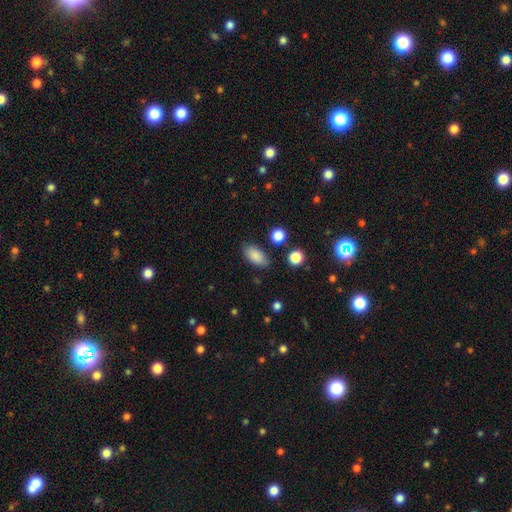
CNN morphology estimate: smooth-or-featured: smooth: 86% | star or artifact: 8% | featured or disk: 6%
  how-rounded: in between: 91% | round: 5% | cigar-shaped: 4%
  merging: none: 80% | minor disturbance: 14% | major disturbance: 3% | merger: 3%